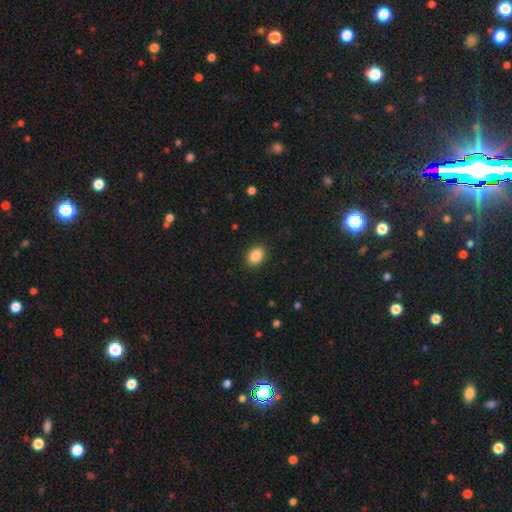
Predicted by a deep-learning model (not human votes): A smooth galaxy with no disk features (87%) that is in between round and cigar-shaped (69%). Merging: none (90%).